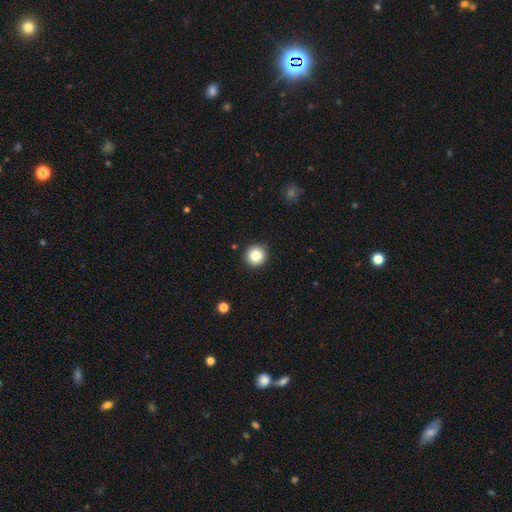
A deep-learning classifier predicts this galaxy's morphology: type=smooth (83%); roundness=round (96%); merging=none (92%).